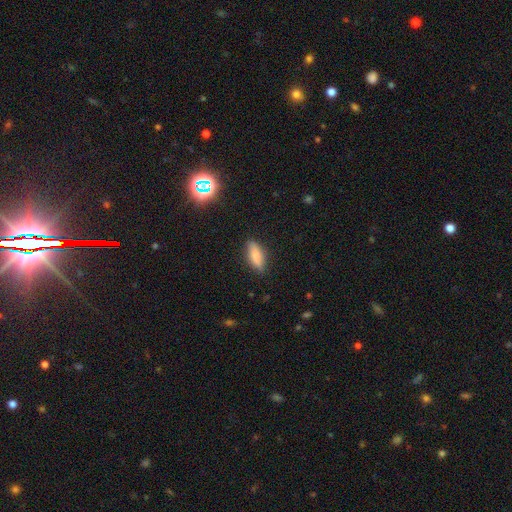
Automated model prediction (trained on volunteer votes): A smooth galaxy with no disk features (79%) that is in between round and cigar-shaped (62%). Merging: none (83%).